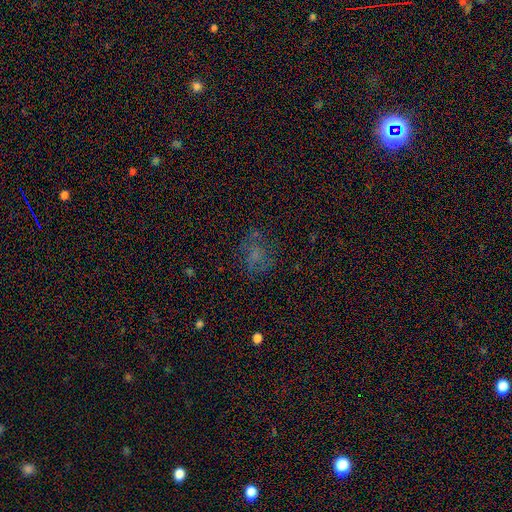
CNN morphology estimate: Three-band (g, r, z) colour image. It shows a smooth galaxy with no disk features (49%). Merging: none (61%).